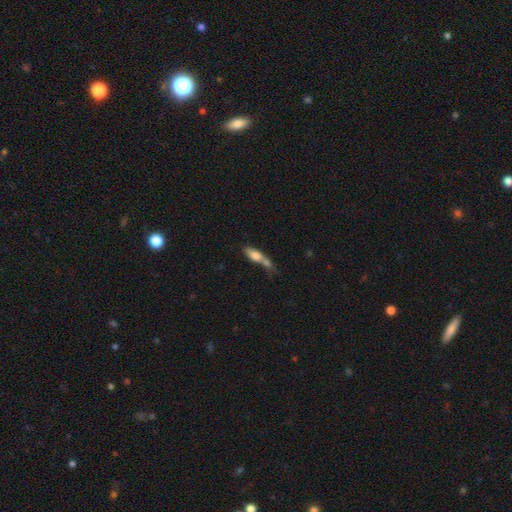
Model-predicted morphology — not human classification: This appears to be a smooth galaxy with no disk features (70%) that is in between round and cigar-shaped (63%). Merging: merger (51%).